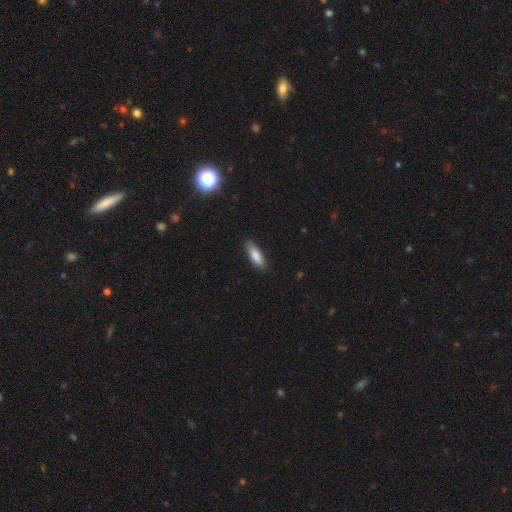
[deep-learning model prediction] Q: Smooth or featured?
A: smooth (85%); runner-up: featured or disk (9%)
Q: How rounded?
A: in between (56%); runner-up: cigar-shaped (43%)
Q: Merging?
A: none (84%); runner-up: minor disturbance (13%)